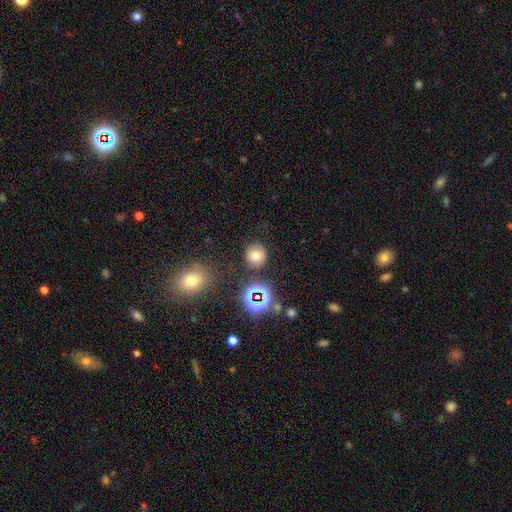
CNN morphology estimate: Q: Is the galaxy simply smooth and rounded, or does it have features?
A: smooth — 69%.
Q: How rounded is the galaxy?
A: round — 89%.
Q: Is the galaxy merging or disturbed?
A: none — 84%.